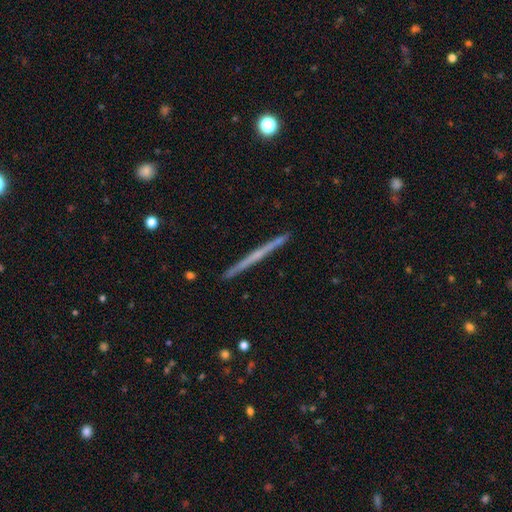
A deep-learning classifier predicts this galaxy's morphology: Overall: featured or disk (66%; smooth 29%). Edge-on disk: yes (98%). Edge-on bulge: none (75%). Merging: none (92%).